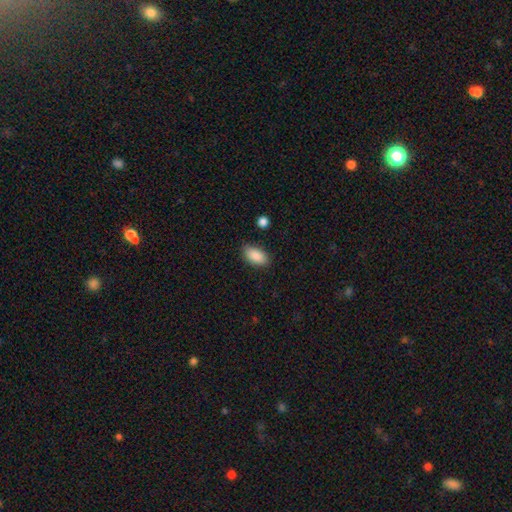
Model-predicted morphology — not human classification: This is clearly a smooth galaxy (89%). How rounded: clearly in between (92%). Merging: clearly none (83%).